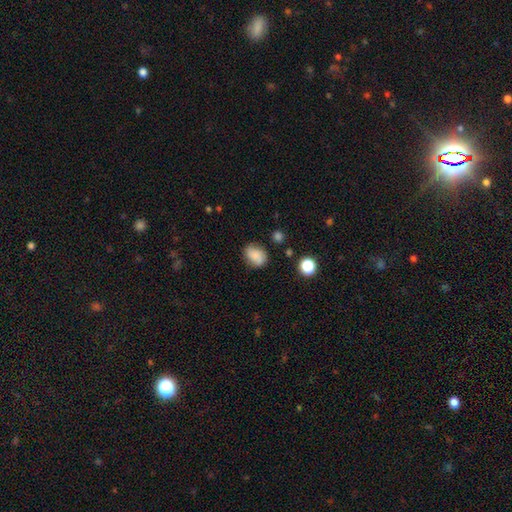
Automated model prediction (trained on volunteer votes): Morphology: type=smooth (81%); roundness=in between (70%); merging=none (71%).